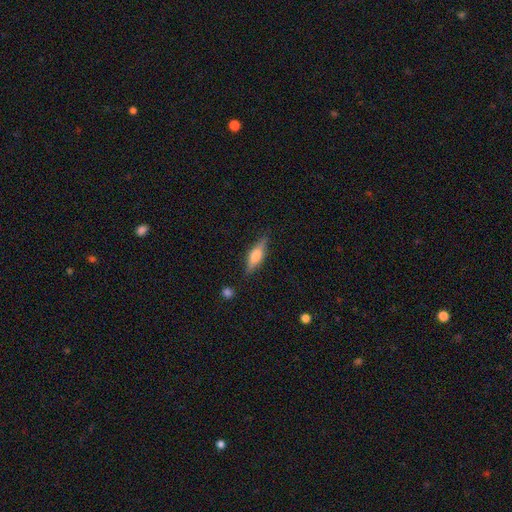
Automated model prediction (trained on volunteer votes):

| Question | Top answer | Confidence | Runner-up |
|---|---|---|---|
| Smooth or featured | featured or disk | 47% | smooth (46%) |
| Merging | none | 83% | minor disturbance (12%) |